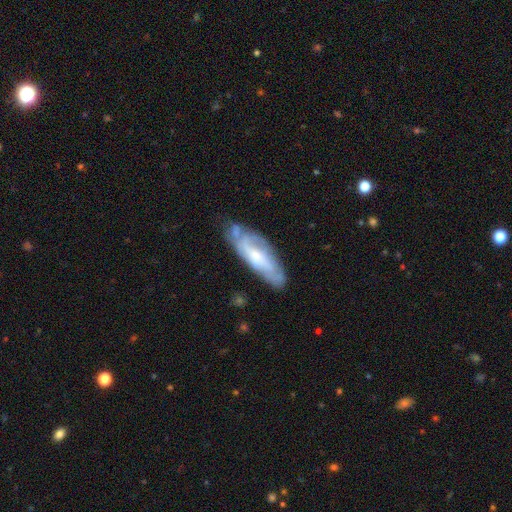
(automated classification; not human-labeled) smooth_or_featured: featured or disk (p=0.62) [alt: smooth p=0.31]
disk_edge_on: no (p=0.77) [alt: yes p=0.23]
merging: none (p=0.62) [alt: minor disturbance p=0.25]